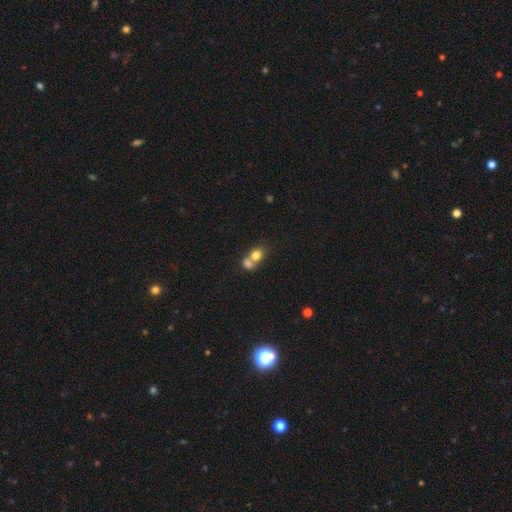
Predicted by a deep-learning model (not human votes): Smooth or featured? Predicted: smooth (p=0.75). How rounded? Predicted: round (p=0.61). Merging? Predicted: merger (p=0.67).